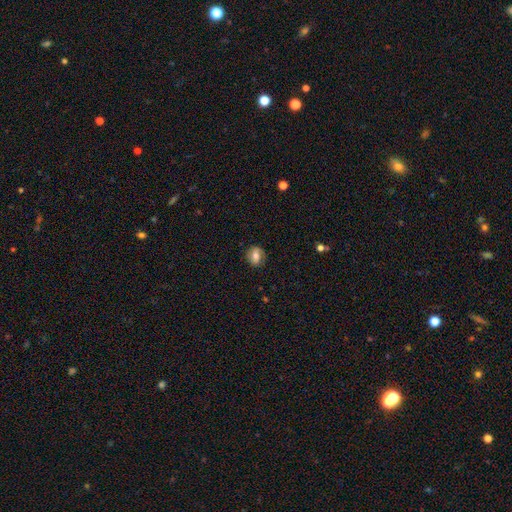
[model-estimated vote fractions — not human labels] smooth-or-featured: smooth: 59% | featured or disk: 32% | star or artifact: 9%
  how-rounded: round: 68% | in between: 31% | cigar-shaped: 1%
  merging: none: 81% | minor disturbance: 14% | major disturbance: 4% | merger: 1%